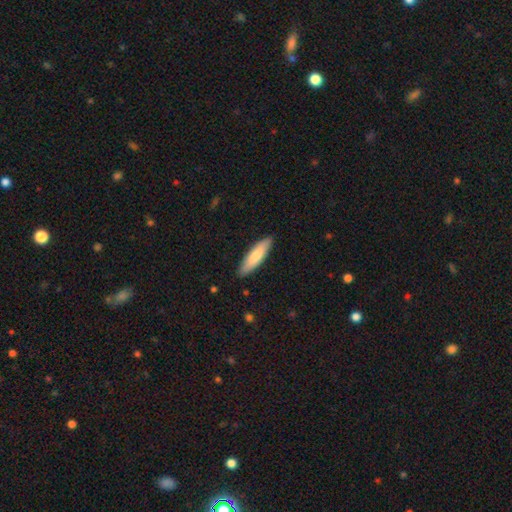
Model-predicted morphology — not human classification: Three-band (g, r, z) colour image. It shows a smooth galaxy with no disk features (77%) that is cigar-shaped (65%). Merging: none (89%).